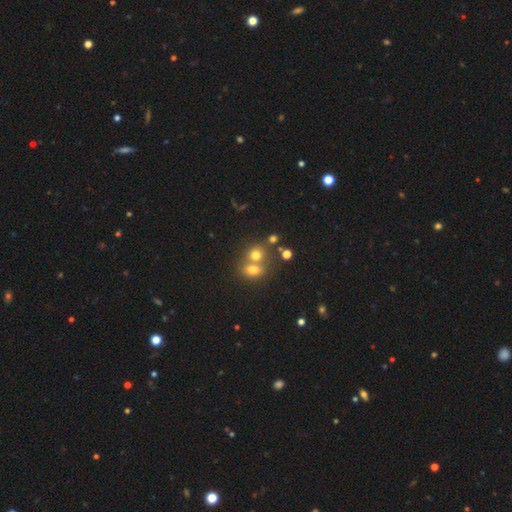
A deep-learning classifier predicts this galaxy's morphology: A smooth galaxy with no disk features (69%) that is round (65%).

Vote fractions:
- Smooth or featured? smooth: 69% / star or artifact: 17% / featured or disk: 14%
- How rounded? round: 65% / in between: 33% / cigar-shaped: 1%
- Merging? merger: 54% / none: 36% / minor disturbance: 7% / major disturbance: 3%